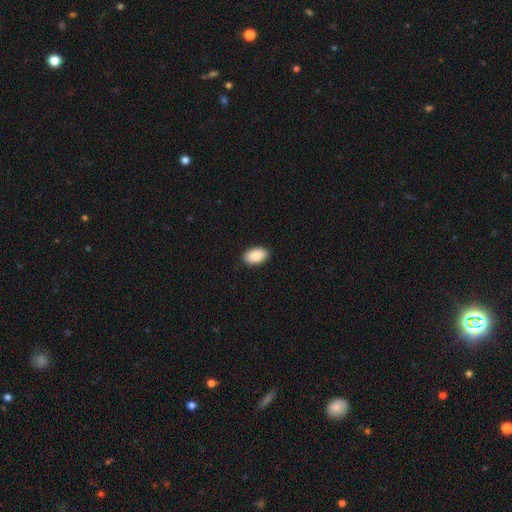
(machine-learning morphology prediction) type=smooth (88%); roundness=in between (94%); merging=none (91%).